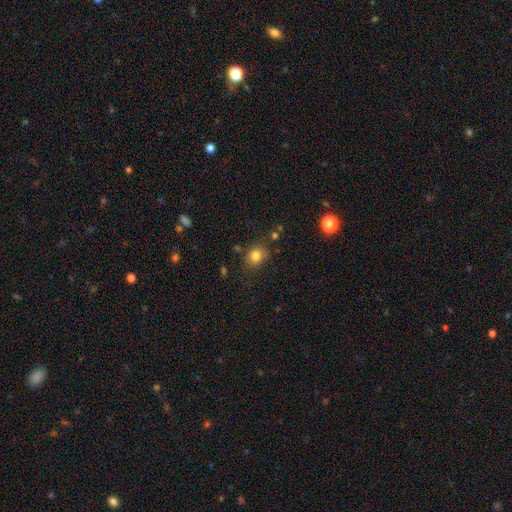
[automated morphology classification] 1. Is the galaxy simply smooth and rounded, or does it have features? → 81% smooth, 12% star or artifact, 8% featured or disk.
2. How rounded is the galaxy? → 60% round, 39% in between, 1% cigar-shaped.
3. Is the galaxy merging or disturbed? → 78% none, 15% minor disturbance, 4% major disturbance, 3% merger.